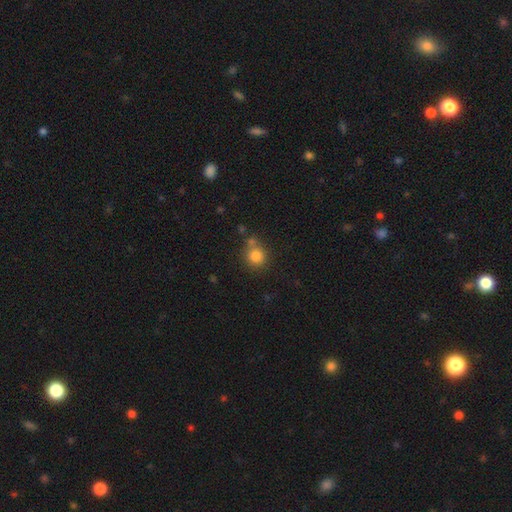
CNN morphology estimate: smooth-or-featured: smooth: 83% | star or artifact: 11% | featured or disk: 6%
  how-rounded: round: 89% | in between: 10% | cigar-shaped: 1%
  merging: none: 65% | merger: 18% | minor disturbance: 12% | major disturbance: 4%